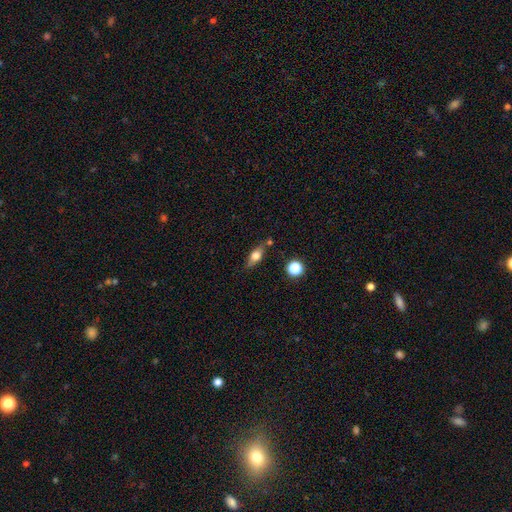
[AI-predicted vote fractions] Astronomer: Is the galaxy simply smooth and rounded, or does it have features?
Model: smooth — 60%.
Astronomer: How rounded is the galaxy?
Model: in between — 66%.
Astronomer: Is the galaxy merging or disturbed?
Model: none — 73%.